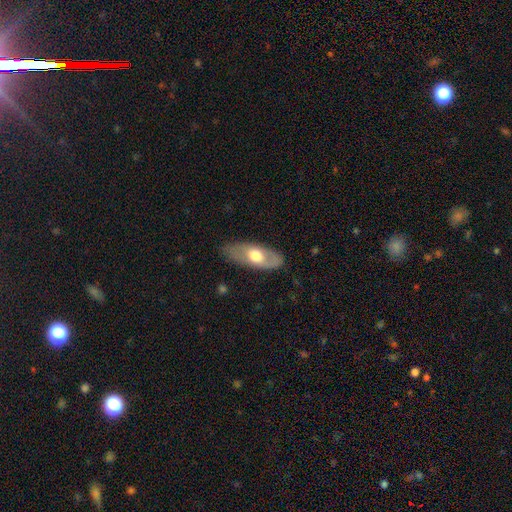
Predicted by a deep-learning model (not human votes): smooth_or_featured: smooth (p=0.53) [alt: featured or disk p=0.42]
how_rounded: in between (p=0.81) [alt: cigar-shaped p=0.15]
merging: none (p=0.78) [alt: minor disturbance p=0.16]